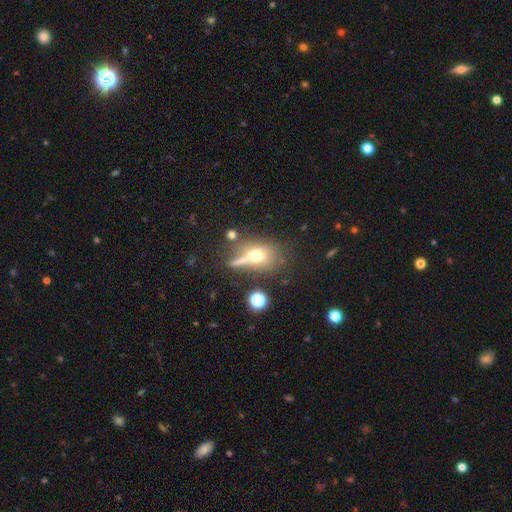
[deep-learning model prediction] Smooth or featured: smooth — 61% (featured or disk — 23%)
How rounded: in between — 48% (round — 46%)
Merging: none — 50% (minor disturbance — 18%)